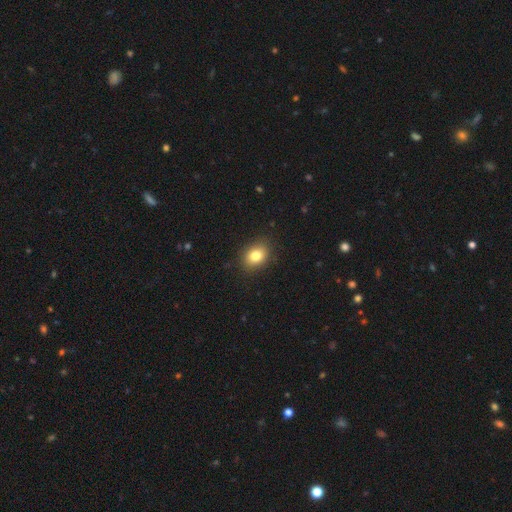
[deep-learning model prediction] smooth 82%, star or artifact 10%, featured or disk 8%. Down the decision tree: how rounded — in between (64%); merging — none (87%).